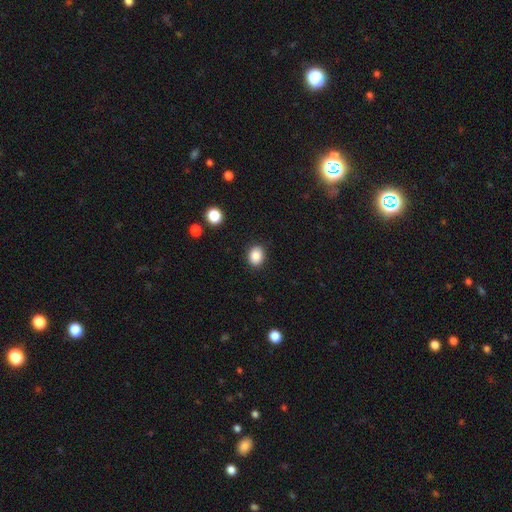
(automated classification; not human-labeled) The model was most divided on "how rounded": in between: 51%, round: 48%, cigar-shaped: 1%. More confident: merging — none (90%); smooth or featured — smooth (86%).